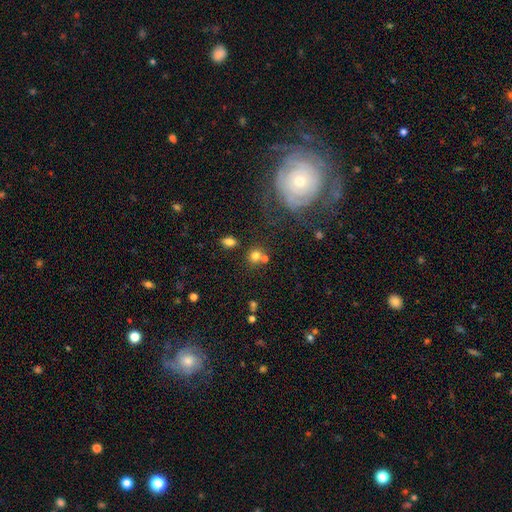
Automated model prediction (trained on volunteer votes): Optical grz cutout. It shows a smooth galaxy with no disk features (73%) that is round (81%). Merging: none (61%).